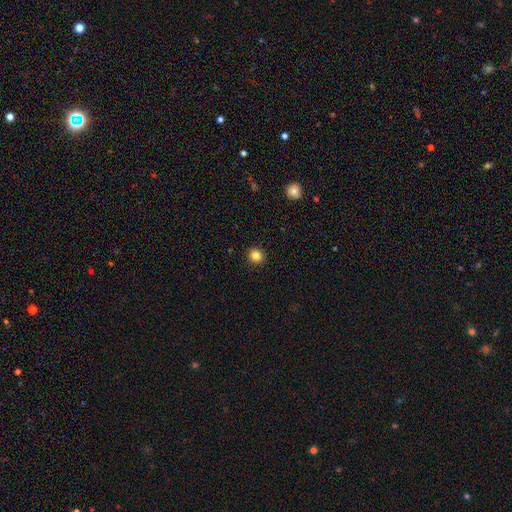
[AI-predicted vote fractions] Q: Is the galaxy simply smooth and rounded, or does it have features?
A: smooth — 83%.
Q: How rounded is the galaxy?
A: round — 91%.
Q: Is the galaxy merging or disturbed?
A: none — 93%.